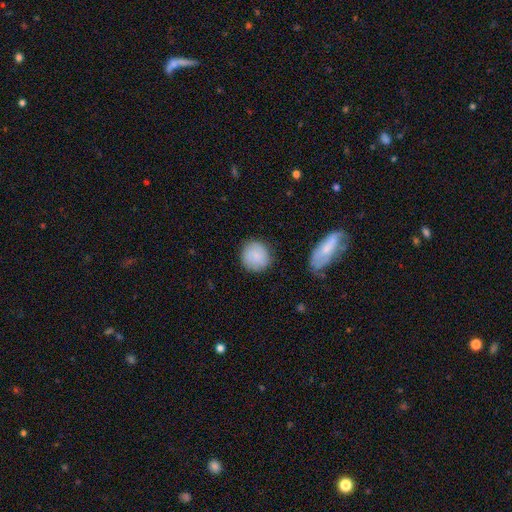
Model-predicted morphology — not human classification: This appears to be a smooth galaxy with no disk features (81%) that is round (90%). Merging: none (85%).